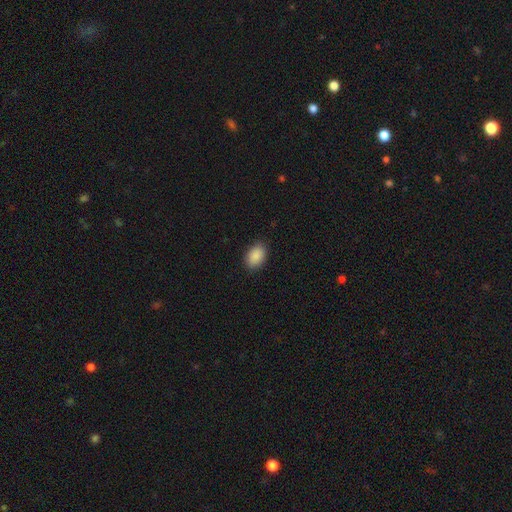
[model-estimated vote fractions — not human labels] Smooth or featured: smooth — 90% (star or artifact — 7%)
How rounded: in between — 85% (round — 13%)
Merging: none — 87% (minor disturbance — 10%)